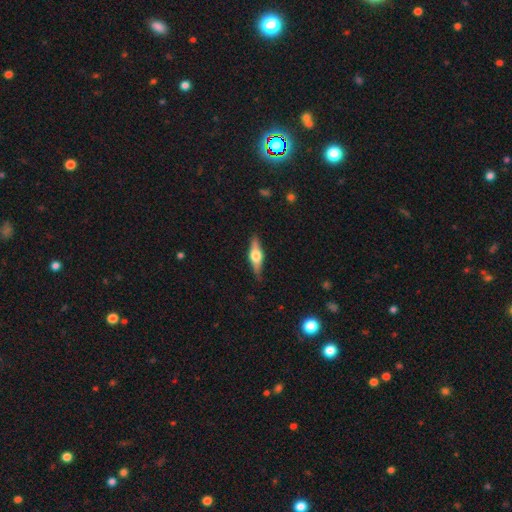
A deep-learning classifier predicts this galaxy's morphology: This is likely a featured or disk galaxy (65%). It is clearly viewed edge-on (95%). Edge-on bulge: clearly rounded (94%). Merging: clearly none (86%).